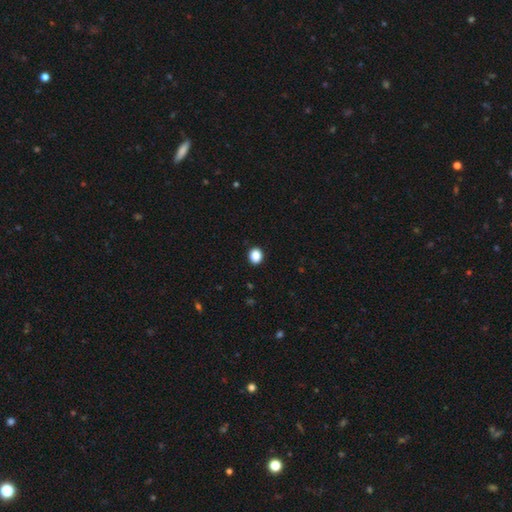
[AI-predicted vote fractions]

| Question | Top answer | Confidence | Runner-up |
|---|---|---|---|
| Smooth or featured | smooth | 88% | star or artifact (9%) |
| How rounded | round | 68% | in between (31%) |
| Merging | none | 92% | minor disturbance (5%) |